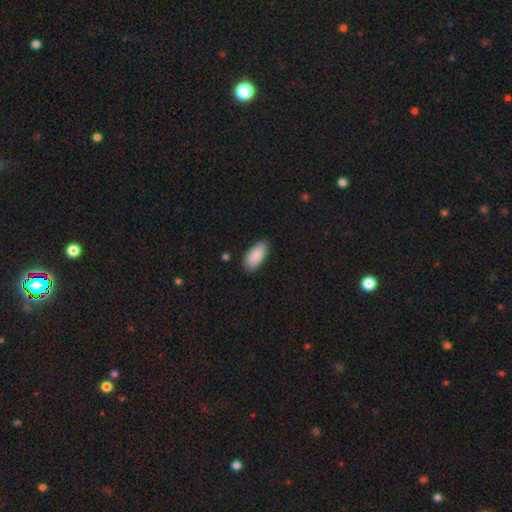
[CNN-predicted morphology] smooth 90%, star or artifact 6%, featured or disk 4%. Down the decision tree: how rounded — in between (91%); merging — none (83%).